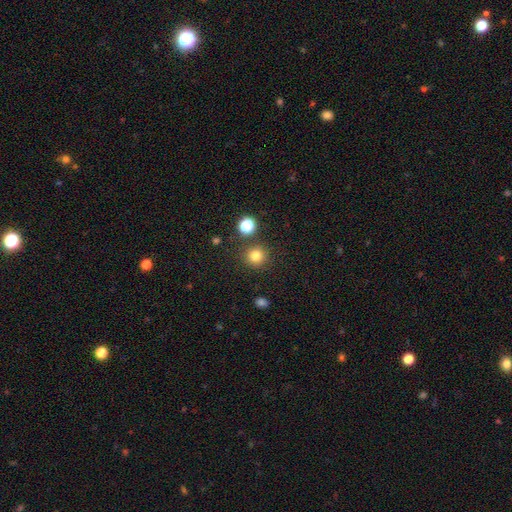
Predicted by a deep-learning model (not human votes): The model was most divided on "smooth or featured": smooth: 80%, star or artifact: 15%, featured or disk: 5%. More confident: how rounded — round (94%); merging — none (86%).